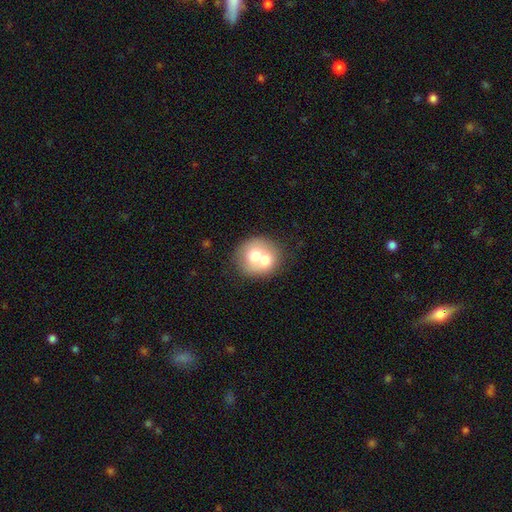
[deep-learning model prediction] Smooth or featured?
  - smooth: 64% *
  - featured or disk: 28%
  - star or artifact: 8%
How rounded?
  - round: 80% *
  - in between: 19%
  - cigar-shaped: 1%
Merging?
  - merger: 57% *
  - none: 32%
  - minor disturbance: 7%
  - major disturbance: 3%